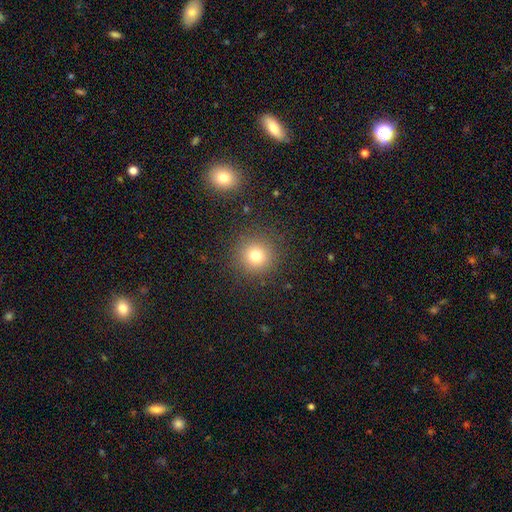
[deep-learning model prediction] This is likely a smooth galaxy (76%). How rounded: clearly round (94%). Merging: clearly none (89%).